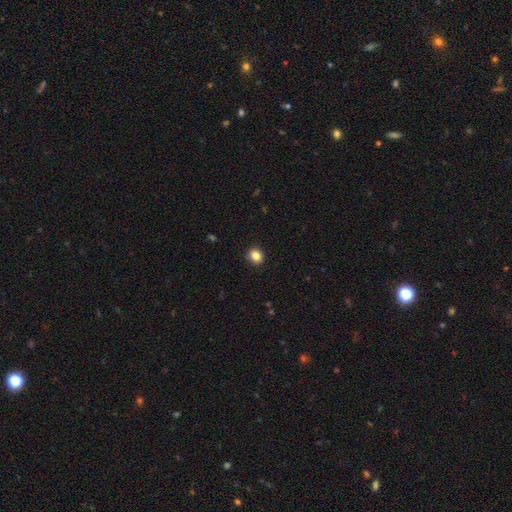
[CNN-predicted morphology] Smooth or featured? smooth (86%)
How rounded? round (64%)
Merging? none (89%)